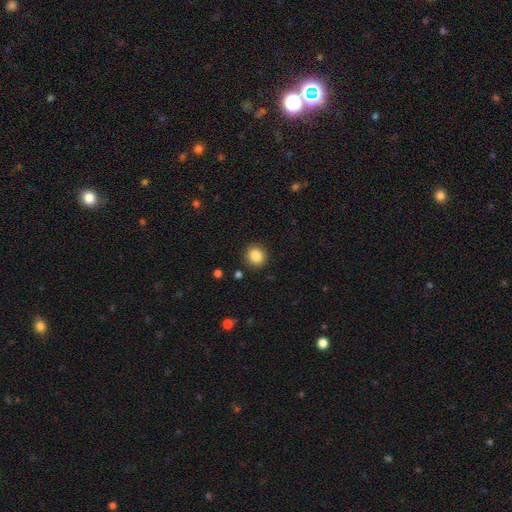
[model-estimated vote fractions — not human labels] Smooth or featured: smooth — 86% (star or artifact — 9%)
How rounded: round — 80% (in between — 19%)
Merging: none — 90% (minor disturbance — 7%)